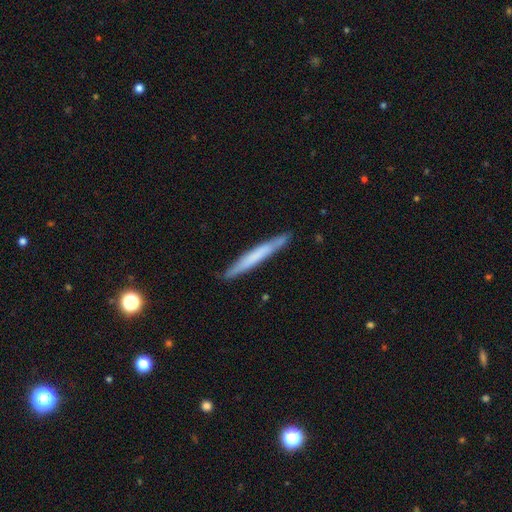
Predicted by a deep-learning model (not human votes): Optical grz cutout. It shows a smooth galaxy with no disk features (55%) that is cigar-shaped (96%). Merging: none (86%).